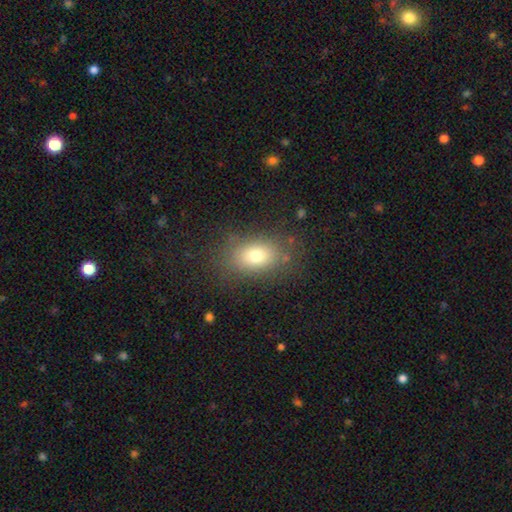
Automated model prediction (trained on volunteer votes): This appears to be a smooth galaxy with no disk features (76%) that is in between round and cigar-shaped (79%). Merging: none (80%).